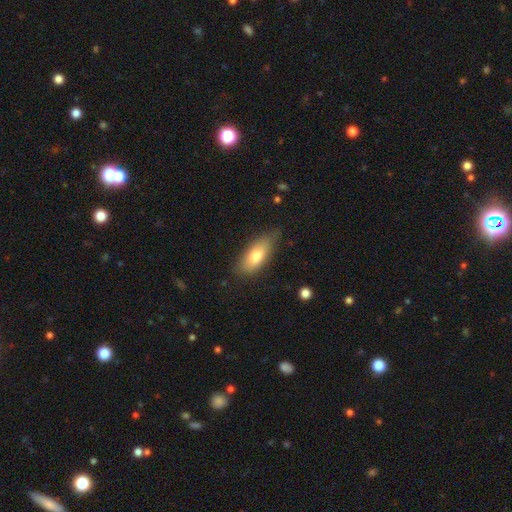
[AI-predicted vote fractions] A smooth galaxy with no disk features (74%) that is in between round and cigar-shaped (79%). Merging: none (69%).